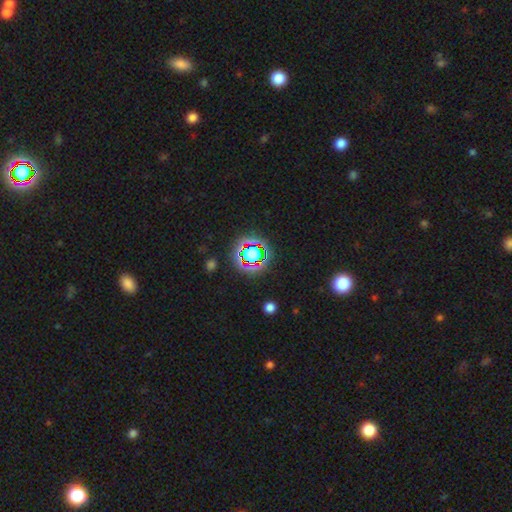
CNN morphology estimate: Smooth or featured: star or artifact — 64% (smooth — 24%)